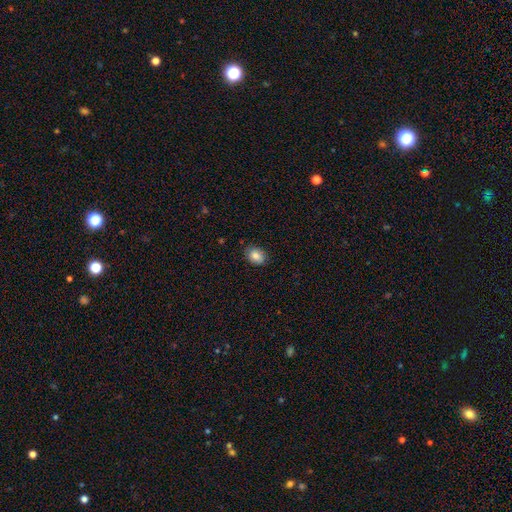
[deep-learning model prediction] A smooth galaxy with no disk features (83%) that is in between round and cigar-shaped (63%). Merging: none (83%).